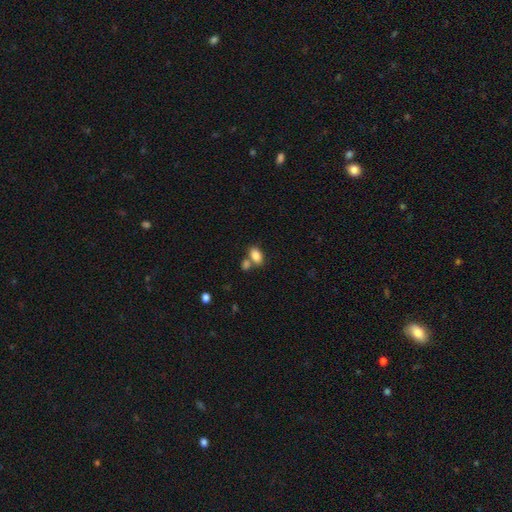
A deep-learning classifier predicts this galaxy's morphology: Smooth or featured? smooth (84%)
How rounded? in between (88%)
Merging? none (52%)